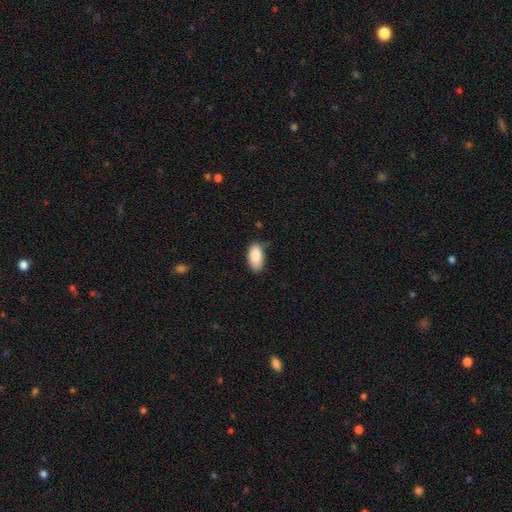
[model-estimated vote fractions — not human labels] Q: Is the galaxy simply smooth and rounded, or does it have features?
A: smooth — 88%.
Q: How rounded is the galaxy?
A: in between — 94%.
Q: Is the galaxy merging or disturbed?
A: none — 70%.